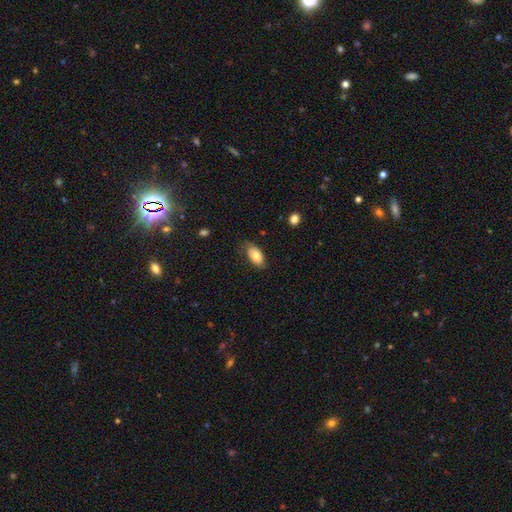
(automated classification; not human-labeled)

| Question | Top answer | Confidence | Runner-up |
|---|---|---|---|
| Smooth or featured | smooth | 75% | featured or disk (18%) |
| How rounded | in between | 93% | round (4%) |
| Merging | none | 66% | minor disturbance (25%) |